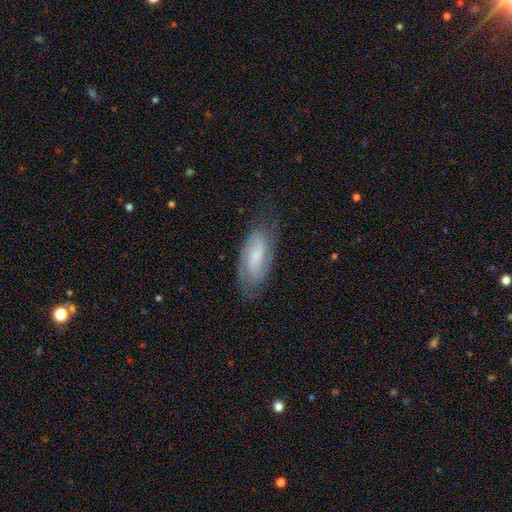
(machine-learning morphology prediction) Smooth or featured: featured or disk — 65% (smooth — 27%)
Edge-on disk: no — 92% (yes — 8%)
Bar: no — 49% (weak — 41%)
Spiral arms: yes — 90% (no — 10%)
Spiral winding: tight — 45% (medium — 41%)
Spiral arm count: 2 — 67% (can't tell — 22%)
Bulge size: small — 54% (moderate — 25%)
Merging: none — 71% (minor disturbance — 20%)